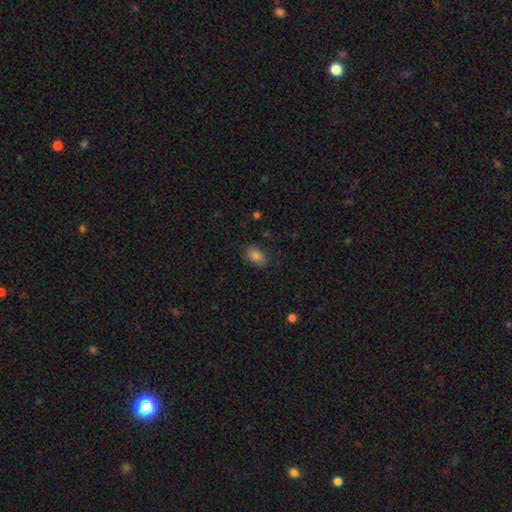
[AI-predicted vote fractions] smooth 84%, star or artifact 9%, featured or disk 8%. Down the decision tree: how rounded — in between (89%); merging — none (83%).